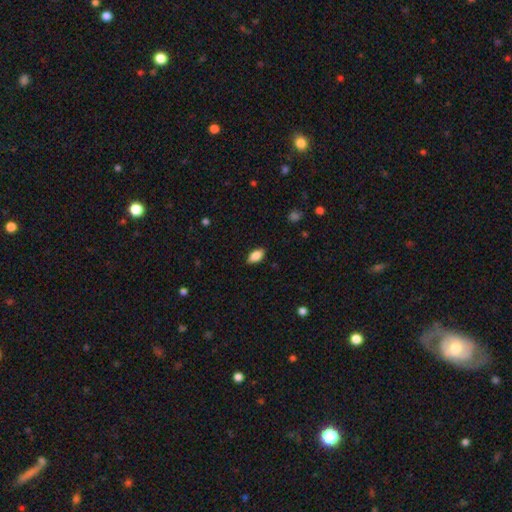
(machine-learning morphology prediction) Q: Smooth or featured?
A: smooth (85%); runner-up: featured or disk (8%)
Q: How rounded?
A: in between (91%); runner-up: cigar-shaped (6%)
Q: Merging?
A: none (86%); runner-up: minor disturbance (11%)